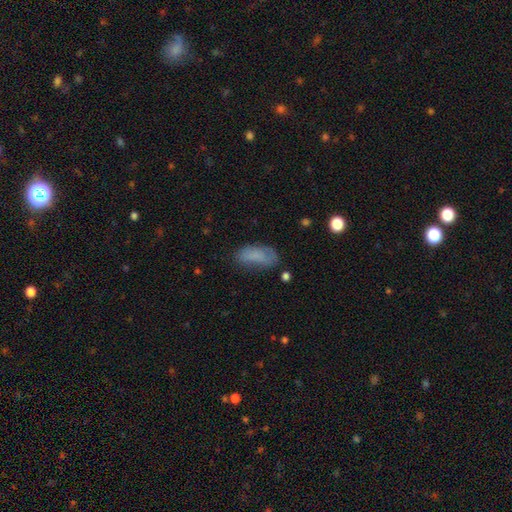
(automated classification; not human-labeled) smooth_or_featured: smooth (p=0.78) [alt: featured or disk p=0.13]
how_rounded: in between (p=0.83) [alt: cigar-shaped p=0.14]
merging: none (p=0.60) [alt: minor disturbance p=0.27]